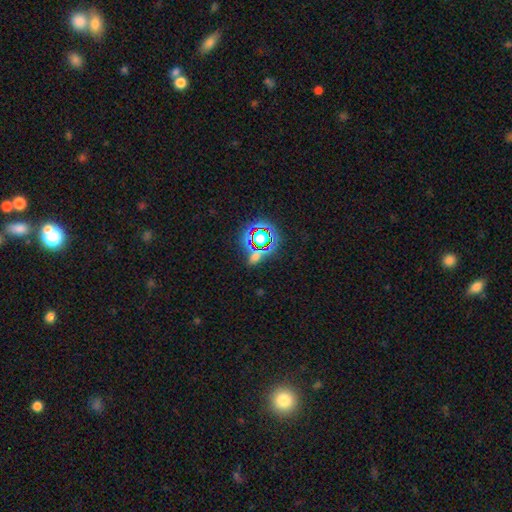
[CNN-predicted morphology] A star or artifact, not a galaxy (57%).